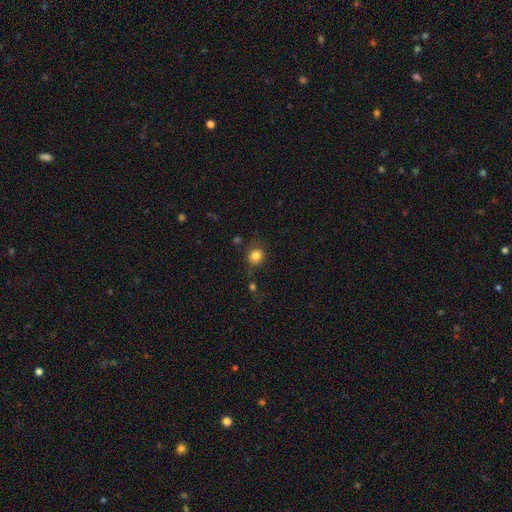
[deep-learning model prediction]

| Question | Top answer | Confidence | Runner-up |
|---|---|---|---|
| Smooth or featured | smooth | 83% | star or artifact (12%) |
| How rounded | round | 87% | in between (12%) |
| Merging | none | 80% | minor disturbance (12%) |